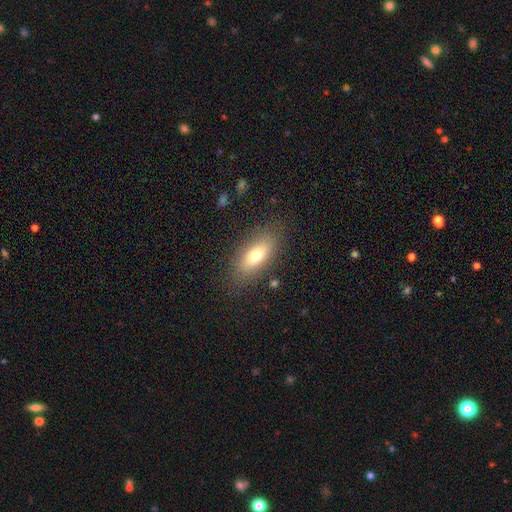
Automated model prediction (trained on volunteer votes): Morphology: type=smooth (72%); roundness=in between (78%); merging=none (83%).